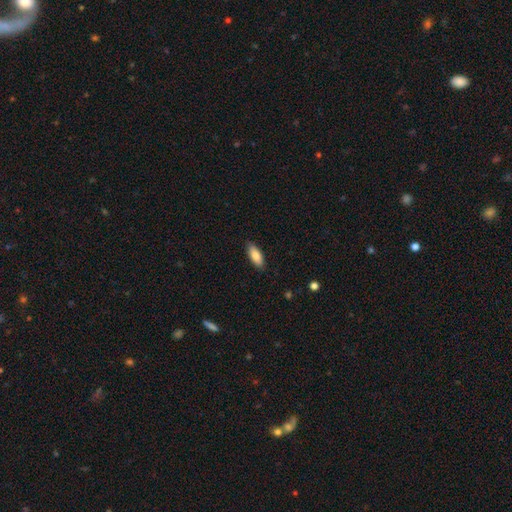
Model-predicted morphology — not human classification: Smooth or featured? Predicted: smooth (p=0.84). How rounded? Predicted: in between (p=0.74). Merging? Predicted: none (p=0.87).